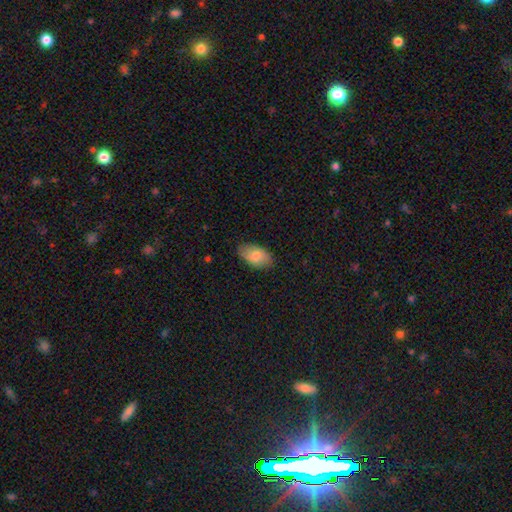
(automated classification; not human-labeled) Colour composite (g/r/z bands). It shows a smooth galaxy with no disk features (75%) that is in between round and cigar-shaped (93%). Merging: none (81%).